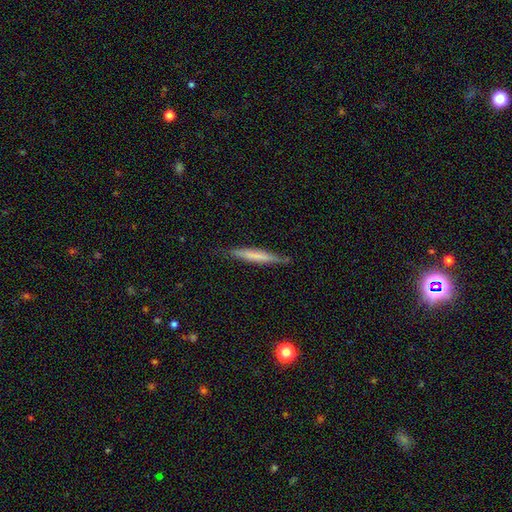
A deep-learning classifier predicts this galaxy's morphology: Smooth or featured? smooth (58%)
How rounded? cigar-shaped (95%)
Merging? none (81%)